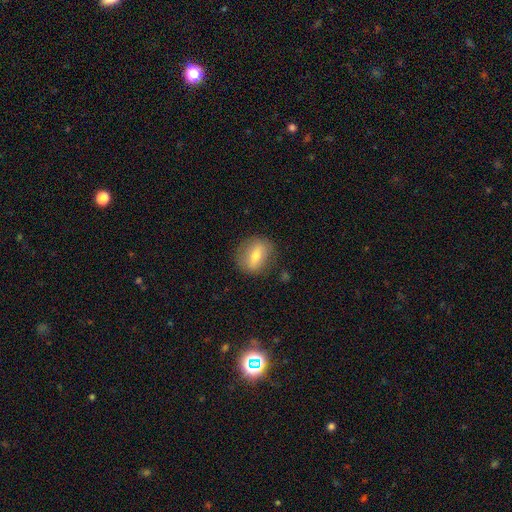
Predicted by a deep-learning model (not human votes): The model was most divided on "how rounded": round: 53%, in between: 43%, cigar-shaped: 4%. More confident: merging — none (83%); smooth or featured — smooth (55%).